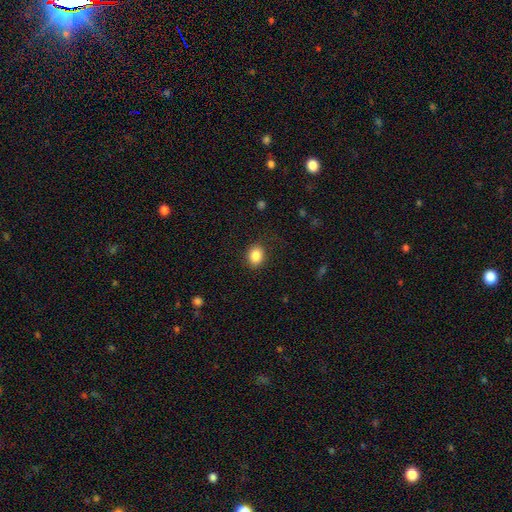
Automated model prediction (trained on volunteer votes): This appears to be a smooth galaxy with no disk features (86%) that is in between round and cigar-shaped (54%). Merging: none (85%).